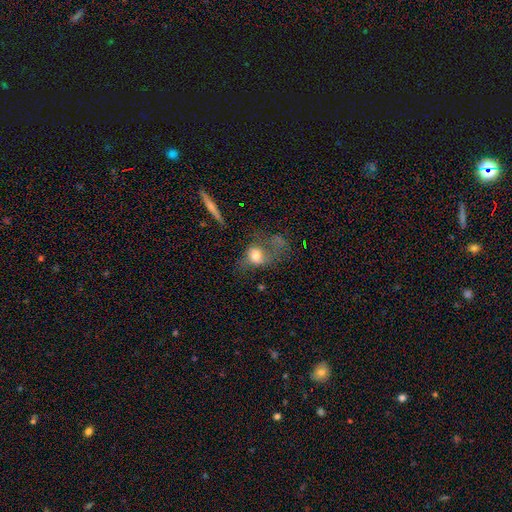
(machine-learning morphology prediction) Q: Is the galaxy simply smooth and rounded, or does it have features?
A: smooth — 54%.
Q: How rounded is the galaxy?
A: in between — 55%.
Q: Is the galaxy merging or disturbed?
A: major disturbance — 51%.